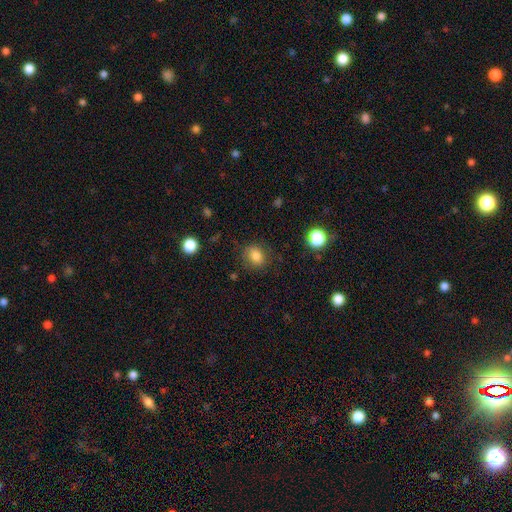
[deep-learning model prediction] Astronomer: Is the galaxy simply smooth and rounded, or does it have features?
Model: smooth — 82%.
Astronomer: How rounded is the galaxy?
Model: round — 58% (runner-up: in between, 41%).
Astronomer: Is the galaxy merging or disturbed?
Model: none — 79%.